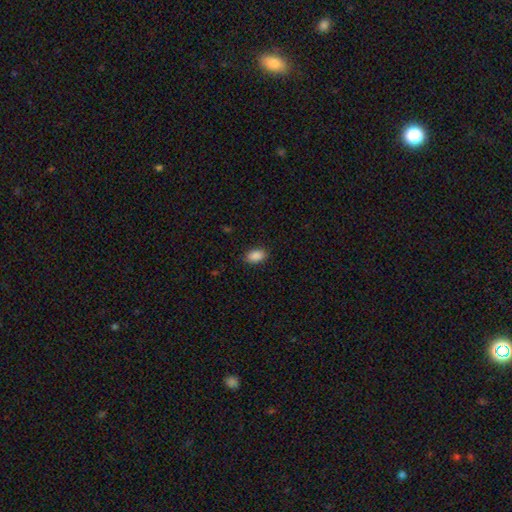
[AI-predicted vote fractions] Overall: smooth (89%). How rounded: in between (91%). Merging: none (89%).